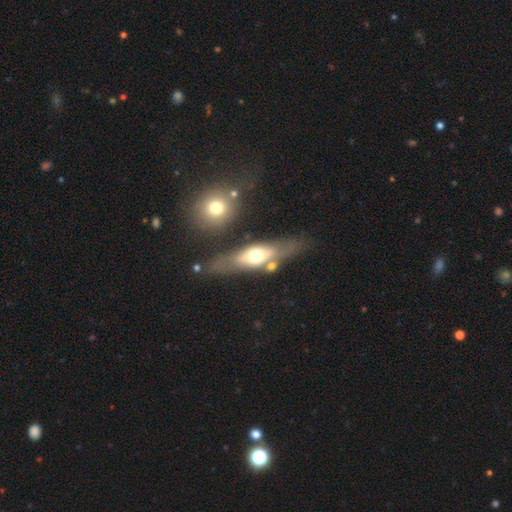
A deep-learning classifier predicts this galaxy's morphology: A featured or disk galaxy (54%) viewed edge-on (68%).

Vote fractions:
- Smooth or featured? featured or disk: 54% / smooth: 39% / star or artifact: 7%
- Edge-on disk? yes: 68% / no: 32%
- Merging? none: 65% / minor disturbance: 15% / merger: 13% / major disturbance: 6%